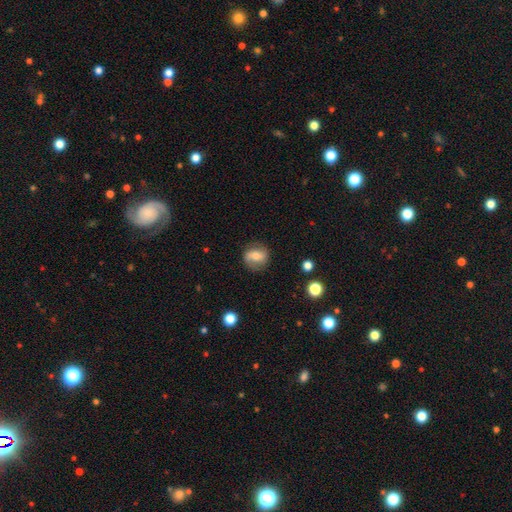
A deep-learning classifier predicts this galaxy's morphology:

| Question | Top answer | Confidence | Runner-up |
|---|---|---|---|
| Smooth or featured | smooth | 47% | featured or disk (45%) |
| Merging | none | 79% | minor disturbance (15%) |